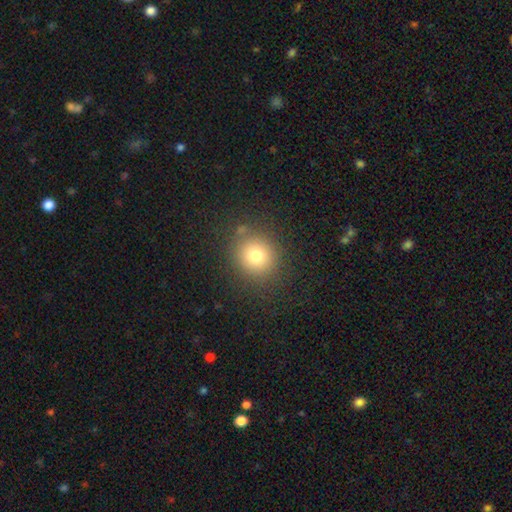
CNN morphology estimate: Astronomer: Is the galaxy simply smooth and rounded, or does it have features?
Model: smooth — 77%.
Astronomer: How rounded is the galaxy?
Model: round — 88%.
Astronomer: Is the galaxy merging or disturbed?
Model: none — 85%.